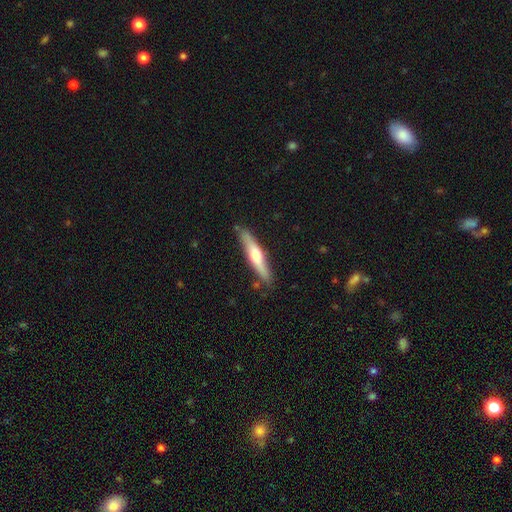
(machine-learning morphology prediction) type=smooth (49%); merging=none (83%).